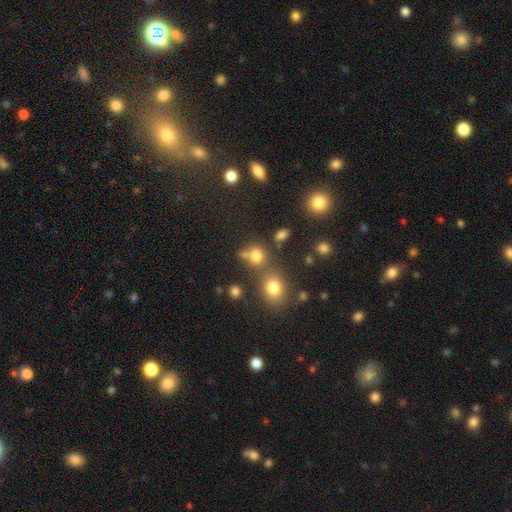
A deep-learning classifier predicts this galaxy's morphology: Smooth or featured?
  - smooth: 73% *
  - star or artifact: 18%
  - featured or disk: 9%
How rounded?
  - round: 73% *
  - in between: 26%
  - cigar-shaped: 1%
Merging?
  - none: 54% *
  - merger: 29%
  - minor disturbance: 11%
  - major disturbance: 6%